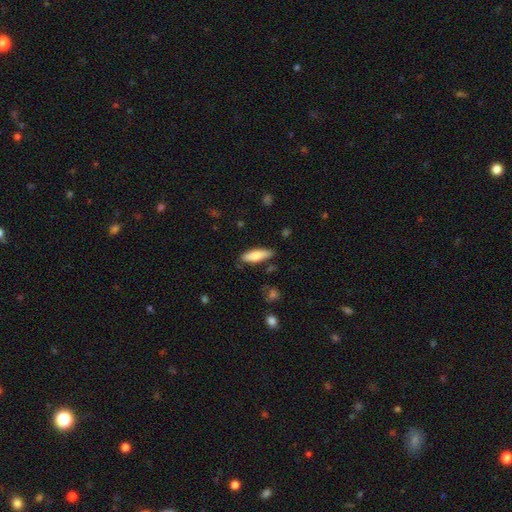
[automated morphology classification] A smooth galaxy with no disk features (77%) that is in between round and cigar-shaped (50%).

Vote fractions:
- Smooth or featured? smooth: 77% / featured or disk: 17% / star or artifact: 6%
- How rounded? in between: 50% / cigar-shaped: 48% / round: 2%
- Merging? none: 80% / minor disturbance: 15% / major disturbance: 3% / merger: 2%